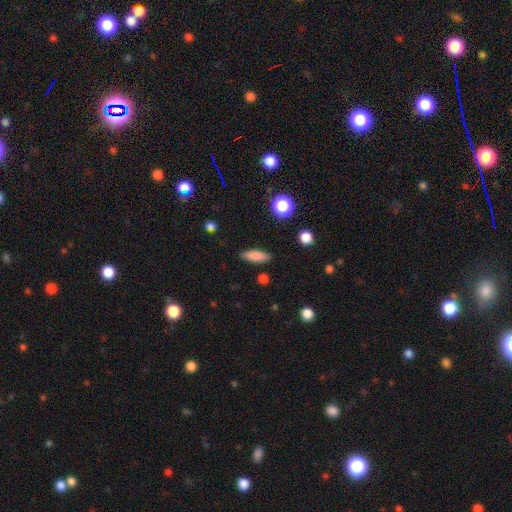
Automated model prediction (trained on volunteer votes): smooth-or-featured: smooth: 84% | star or artifact: 8% | featured or disk: 8%
  how-rounded: cigar-shaped: 51% | in between: 47% | round: 3%
  merging: none: 89% | minor disturbance: 8% | major disturbance: 2% | merger: 1%